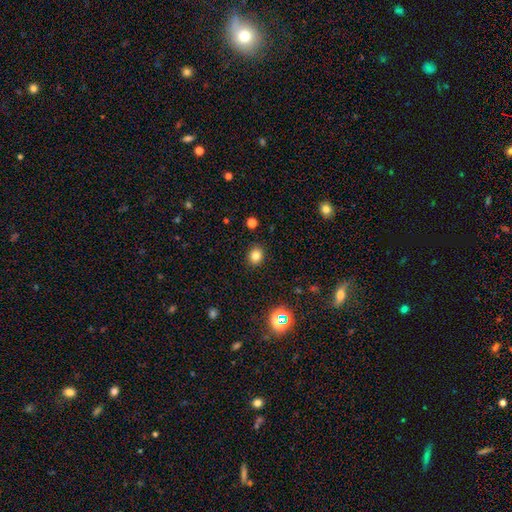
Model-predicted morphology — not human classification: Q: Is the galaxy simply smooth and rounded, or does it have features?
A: smooth — 81%.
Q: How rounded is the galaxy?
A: round — 65%.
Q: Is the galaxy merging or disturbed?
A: none — 90%.